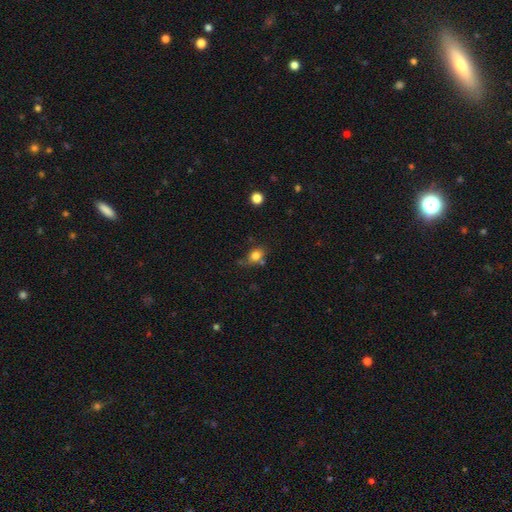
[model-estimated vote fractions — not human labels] smooth_or_featured: smooth (p=0.80) [alt: star or artifact p=0.12]
how_rounded: in between (p=0.58) [alt: round p=0.40]
merging: none (p=0.60) [alt: minor disturbance p=0.22]